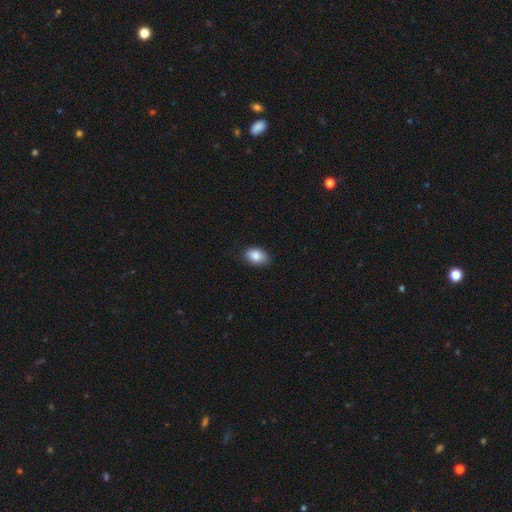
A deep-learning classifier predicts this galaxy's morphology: A smooth galaxy with no disk features (86%) that is in between round and cigar-shaped (85%). Merging: none (76%).